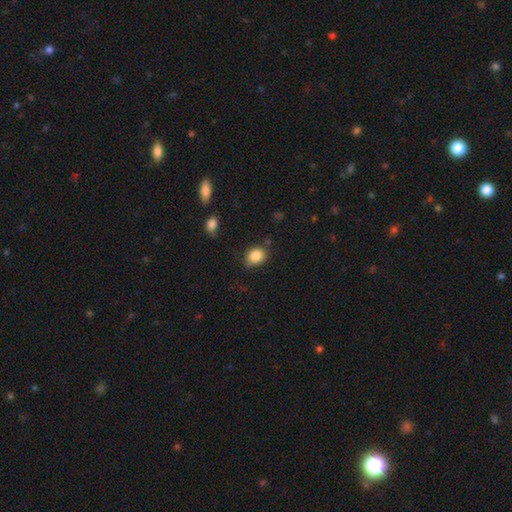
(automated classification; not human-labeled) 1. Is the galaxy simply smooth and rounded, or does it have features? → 86% smooth, 9% star or artifact, 5% featured or disk.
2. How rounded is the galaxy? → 51% round, 48% in between, 1% cigar-shaped.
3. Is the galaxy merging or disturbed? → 74% none, 18% minor disturbance, 4% major disturbance, 3% merger.